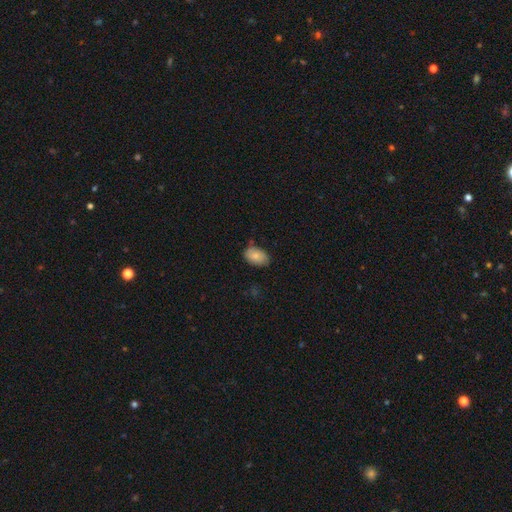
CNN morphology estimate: Q: Smooth or featured?
A: smooth (82%); runner-up: featured or disk (11%)
Q: How rounded?
A: in between (89%); runner-up: round (10%)
Q: Merging?
A: none (73%); runner-up: minor disturbance (21%)